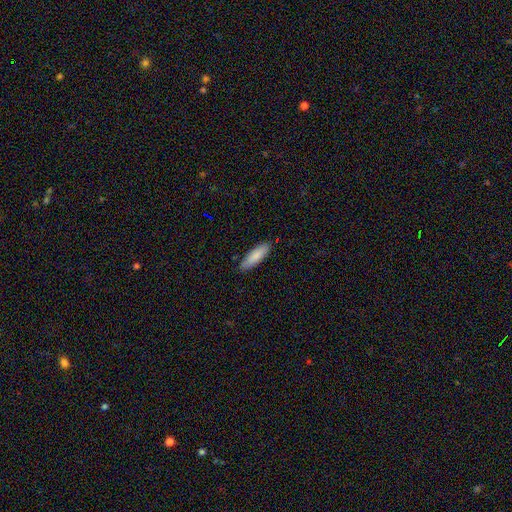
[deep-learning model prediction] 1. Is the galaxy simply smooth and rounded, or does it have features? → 85% smooth, 9% featured or disk, 5% star or artifact.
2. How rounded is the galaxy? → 51% cigar-shaped, 48% in between, 1% round.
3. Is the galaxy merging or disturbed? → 85% none, 12% minor disturbance, 2% major disturbance, 1% merger.